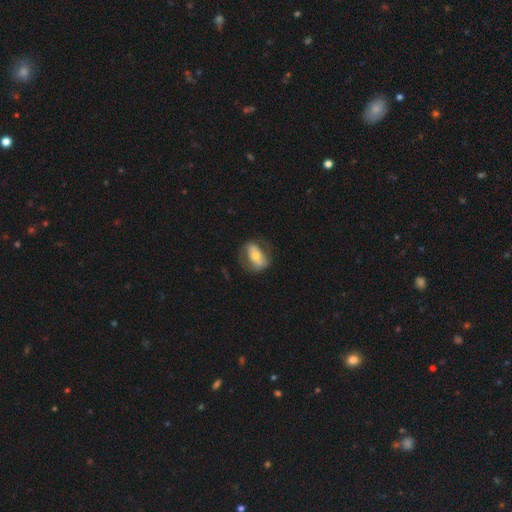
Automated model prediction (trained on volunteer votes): Smooth or featured? Predicted: smooth (p=0.47). Merging? Predicted: none (p=0.66).